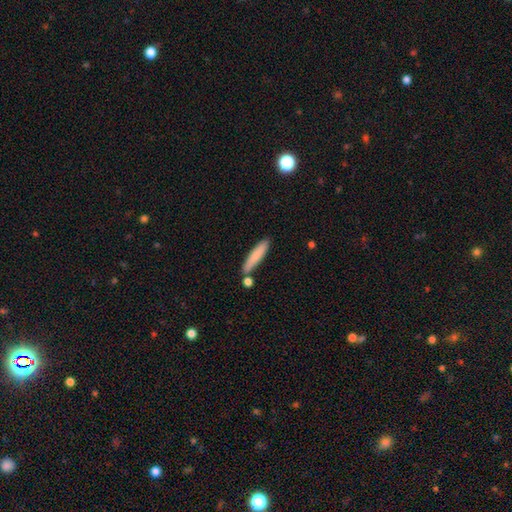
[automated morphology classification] smooth_or_featured: smooth (p=0.80) [alt: featured or disk p=0.14]
how_rounded: cigar-shaped (p=0.86) [alt: in between p=0.13]
merging: none (p=0.78) [alt: minor disturbance p=0.12]